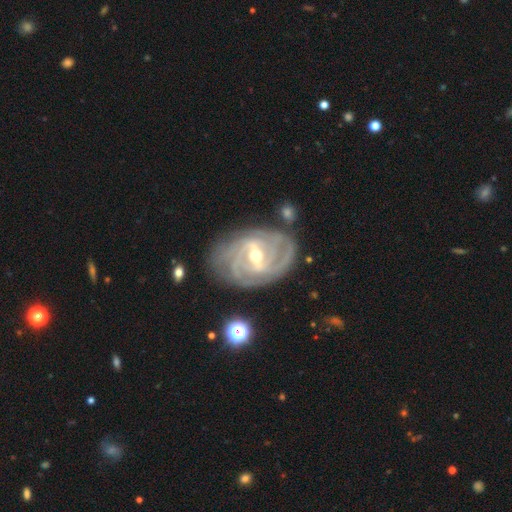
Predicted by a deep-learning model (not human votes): Smooth or featured? Predicted: featured or disk (p=0.91). Edge-on disk? Predicted: no (p=0.97). Bar? Predicted: strong (p=0.44, tied with weak). Spiral arms? Predicted: yes (p=0.98). Spiral winding? Predicted: tight (p=0.66). Spiral arm count? Predicted: 3 (p=0.29). Bulge size? Predicted: moderate (p=0.54). Merging? Predicted: none (p=0.75).